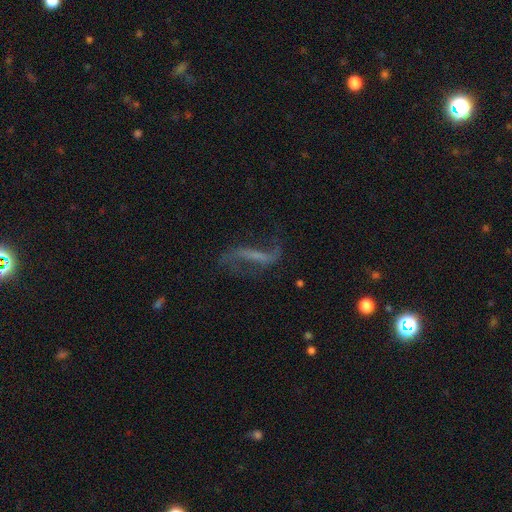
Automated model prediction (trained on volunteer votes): Q: Smooth or featured?
A: featured or disk (75%); runner-up: smooth (14%)
Q: Edge-on disk?
A: no (86%); runner-up: yes (14%)
Q: Bar?
A: strong (53%); runner-up: weak (28%)
Q: Spiral arms?
A: yes (87%); runner-up: no (13%)
Q: Spiral winding?
A: loose (86%); runner-up: medium (10%)
Q: Spiral arm count?
A: 2 (88%); runner-up: 1 (5%)
Q: Bulge size?
A: none (62%); runner-up: small (25%)
Q: Merging?
A: none (61%); runner-up: major disturbance (18%)